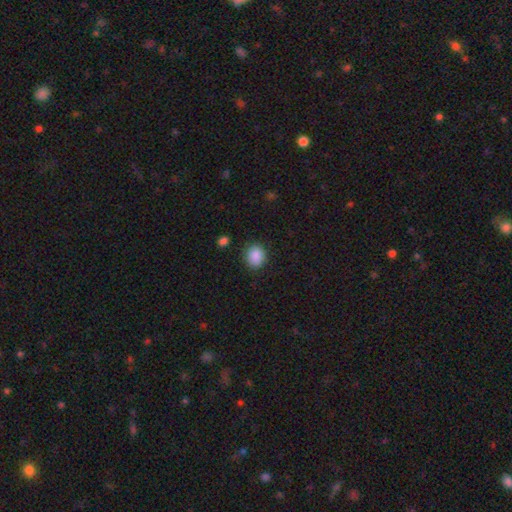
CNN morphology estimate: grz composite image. It shows a smooth galaxy with no disk features (89%) that is round (61%). Merging: none (85%).